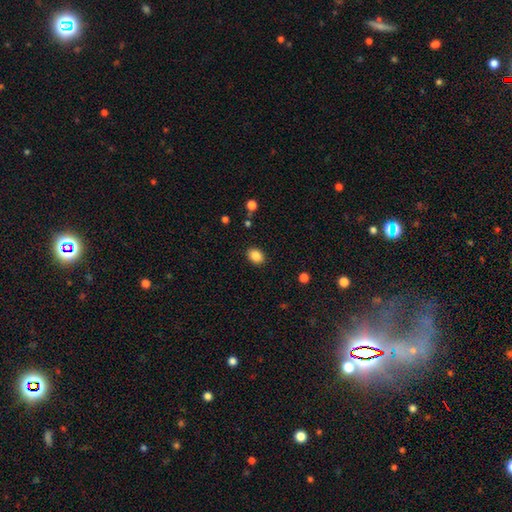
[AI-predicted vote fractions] Smooth or featured: smooth — 86% (star or artifact — 9%)
How rounded: in between — 58% (round — 41%)
Merging: none — 88% (minor disturbance — 8%)